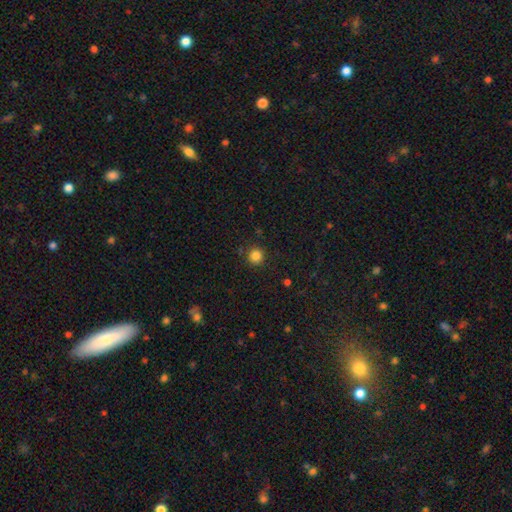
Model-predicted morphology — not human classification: smooth_or_featured: smooth (p=0.84) [alt: star or artifact p=0.12]
how_rounded: round (p=0.94) [alt: in between p=0.05]
merging: none (p=0.90) [alt: minor disturbance p=0.06]